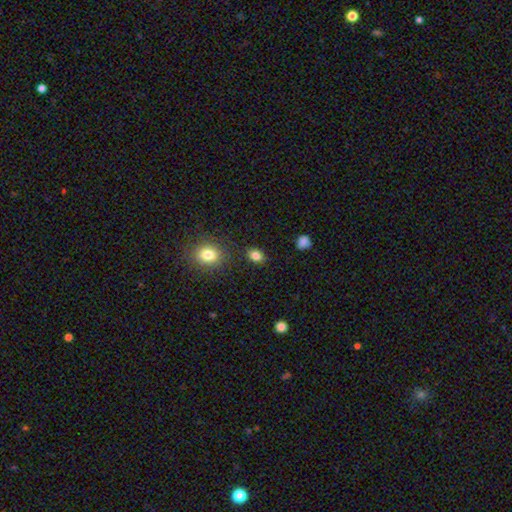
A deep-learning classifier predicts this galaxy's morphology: smooth 84%, star or artifact 11%, featured or disk 6%. Down the decision tree: how rounded — in between (71%); merging — none (85%).